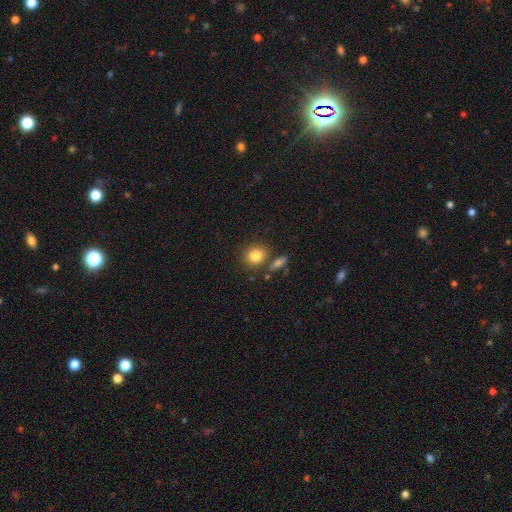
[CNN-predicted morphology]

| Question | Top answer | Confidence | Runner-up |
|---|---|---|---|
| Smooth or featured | smooth | 83% | star or artifact (9%) |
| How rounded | round | 74% | in between (25%) |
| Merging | none | 71% | merger (14%) |